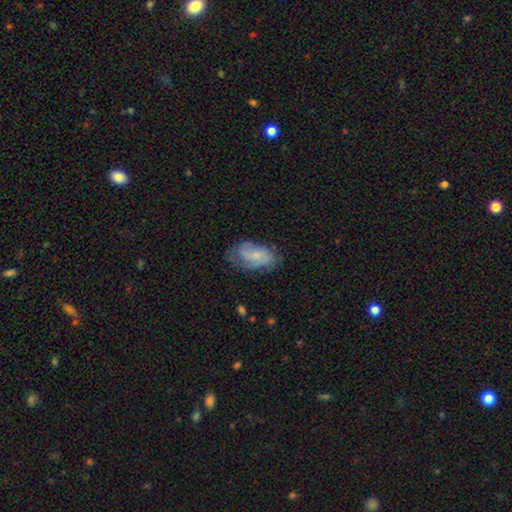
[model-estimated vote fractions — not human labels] This is possibly a featured or disk galaxy (51%). It is clearly not viewed edge-on (96%). Merging: possibly none (58%).